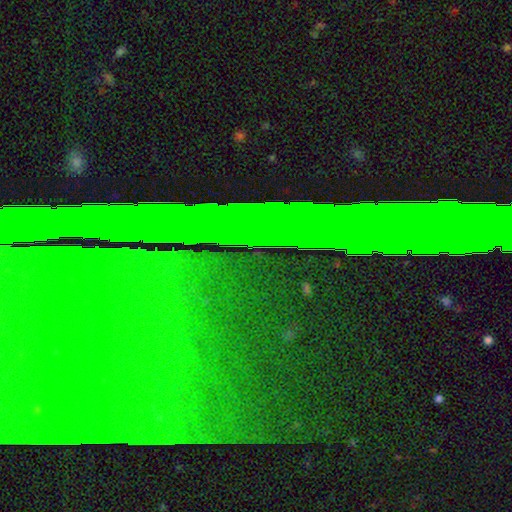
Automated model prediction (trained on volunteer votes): A star or artifact, not a galaxy (80%).